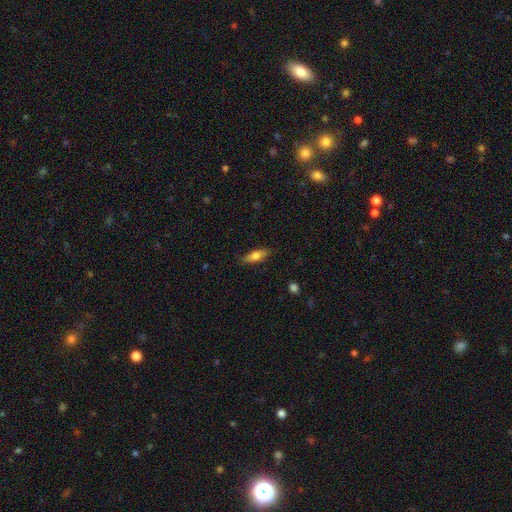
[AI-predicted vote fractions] Smooth or featured? smooth (71%)
How rounded? in between (60%)
Merging? none (85%)